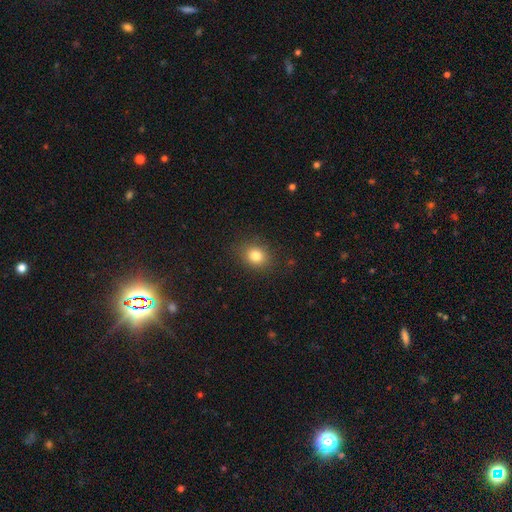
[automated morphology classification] This appears to be a smooth galaxy with no disk features (82%) that is round (64%). Merging: none (87%).